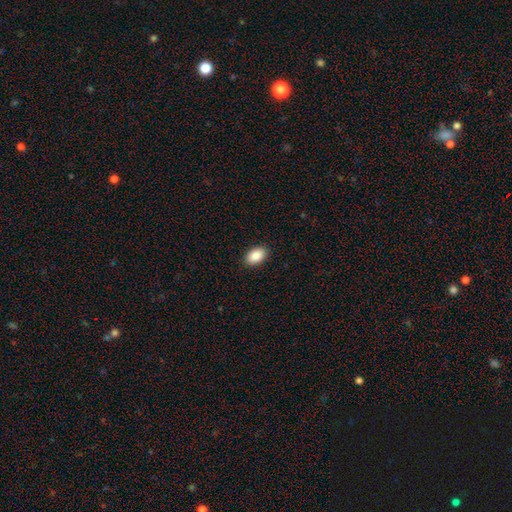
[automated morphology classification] A smooth galaxy with no disk features (89%) that is in between round and cigar-shaped (91%). Merging: none (90%).